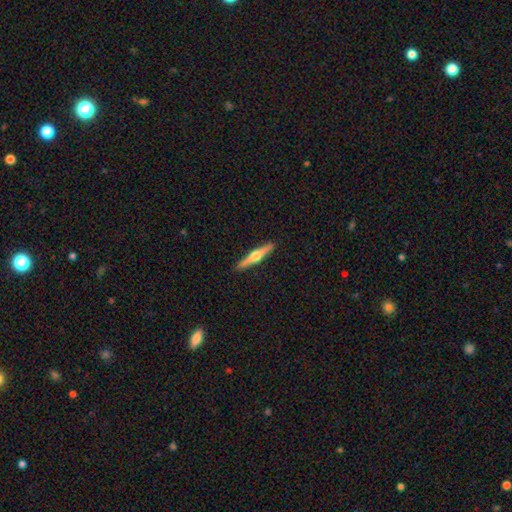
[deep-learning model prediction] Overall: featured or disk (70%). Edge-on disk: yes (98%). Edge-on bulge: rounded (95%). Merging: none (92%).